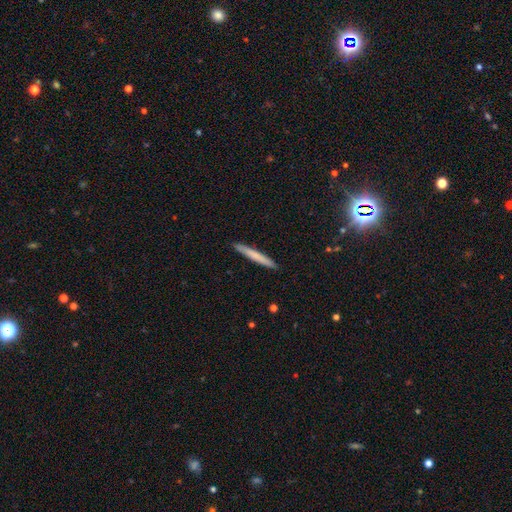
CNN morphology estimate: This appears to be a smooth galaxy with no disk features (67%) that is cigar-shaped (97%). Merging: none (91%).